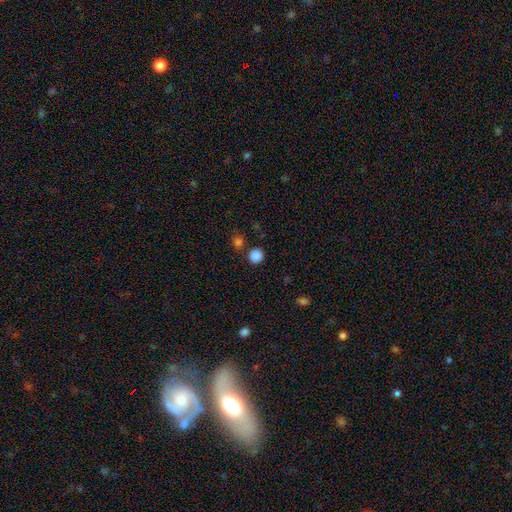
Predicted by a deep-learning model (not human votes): Smooth or featured? Predicted: smooth (p=0.86). How rounded? Predicted: round (p=0.91). Merging? Predicted: none (p=0.84).